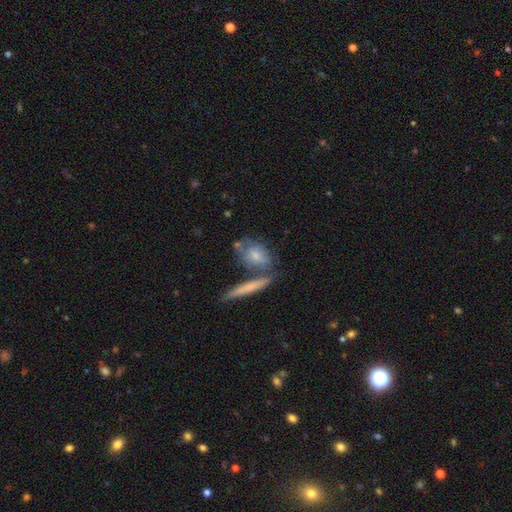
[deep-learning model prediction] Smooth or featured?
  - smooth: 61% *
  - featured or disk: 32%
  - star or artifact: 7%
How rounded?
  - in between: 55% *
  - round: 23%
  - cigar-shaped: 22%
Merging?
  - none: 45% *
  - merger: 29%
  - minor disturbance: 17%
  - major disturbance: 8%